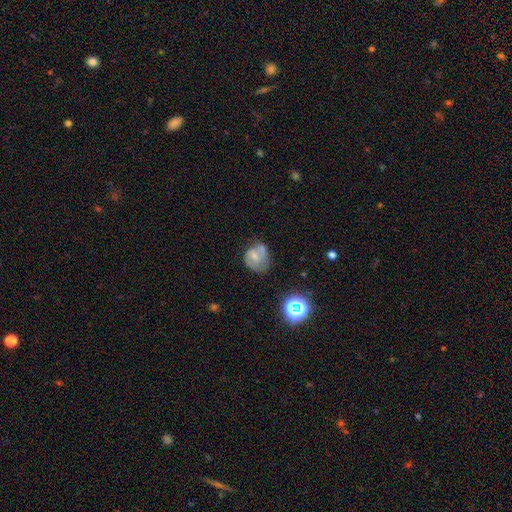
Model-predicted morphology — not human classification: smooth_or_featured: featured or disk (p=0.47) [alt: smooth p=0.41]
merging: none (p=0.44) [alt: minor disturbance p=0.26]